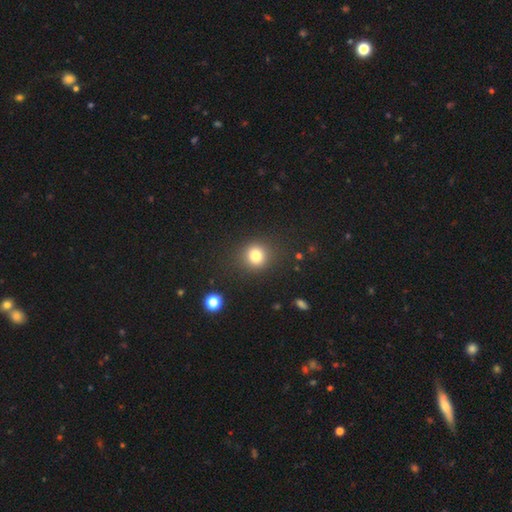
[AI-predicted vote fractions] The model was most divided on "smooth or featured": smooth: 80%, star or artifact: 13%, featured or disk: 7%. More confident: how rounded — round (87%); merging — none (87%).